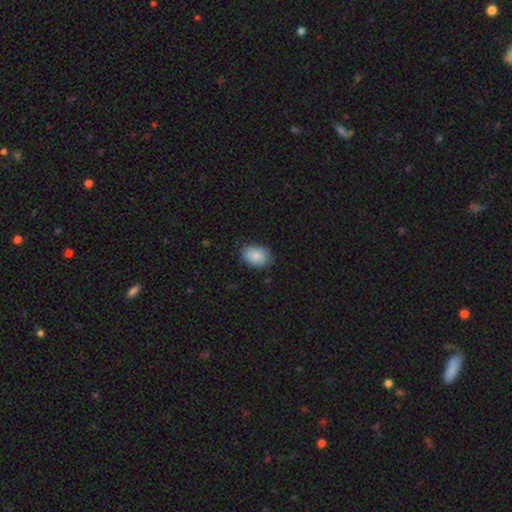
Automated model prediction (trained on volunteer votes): This is clearly a smooth galaxy (84%). How rounded: likely in between (77%). Merging: clearly none (80%).